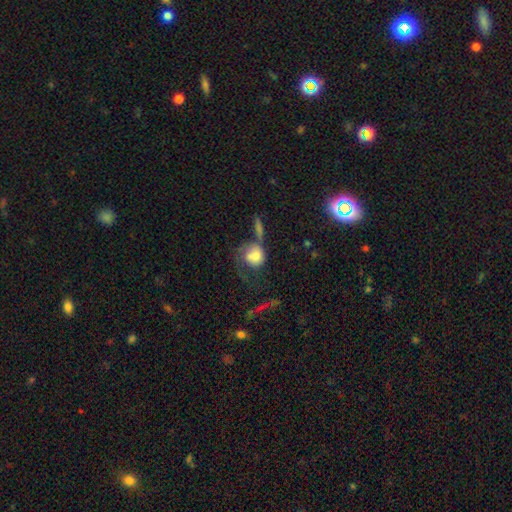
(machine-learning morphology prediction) Smooth or featured: smooth — 62% (featured or disk — 29%)
How rounded: round — 69% (in between — 29%)
Merging: major disturbance — 35% (merger — 30%)